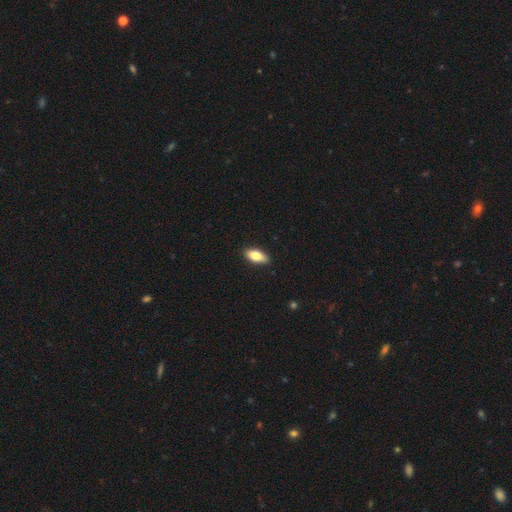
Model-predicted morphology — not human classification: Smooth or featured? Predicted: smooth (p=0.77). How rounded? Predicted: in between (p=0.84). Merging? Predicted: none (p=0.88).